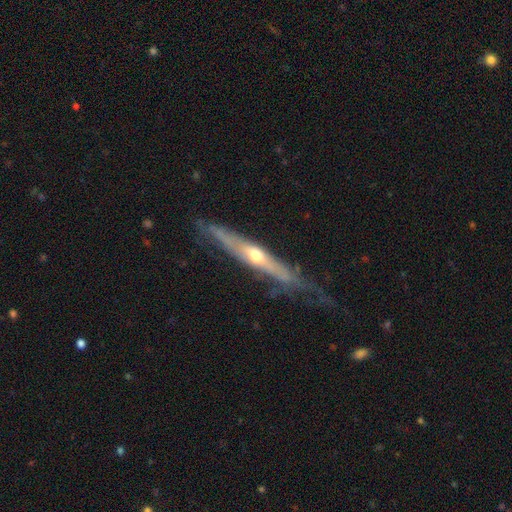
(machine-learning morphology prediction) Smooth or featured? Predicted: featured or disk (p=0.68). Edge-on disk? Predicted: yes (p=0.83). Edge-on bulge? Predicted: rounded (p=0.81). Merging? Predicted: none (p=0.67).